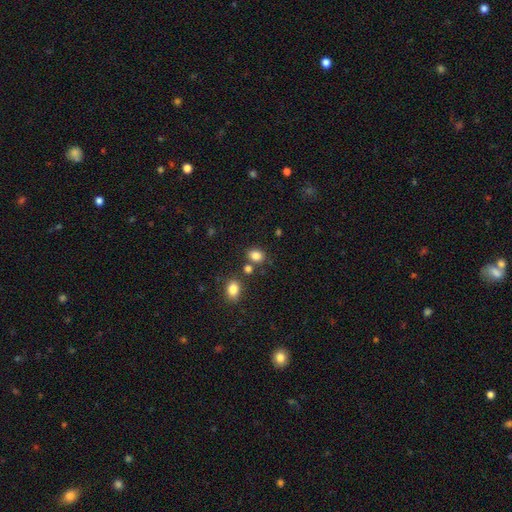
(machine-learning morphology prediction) type=smooth (84%); roundness=in between (57%); merging=none (74%).